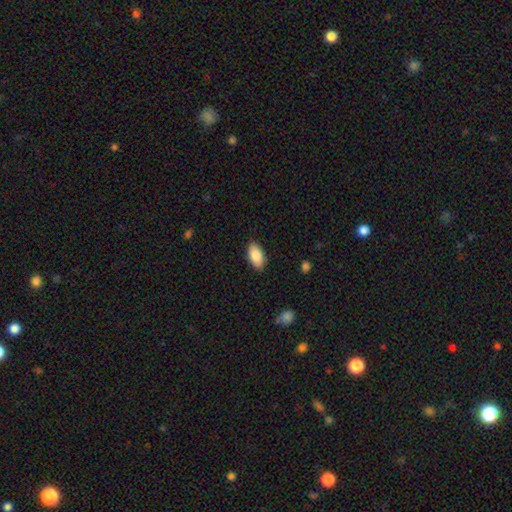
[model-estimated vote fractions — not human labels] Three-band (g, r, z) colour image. It shows a smooth galaxy with no disk features (88%) that is in between round and cigar-shaped (94%). Merging: none (87%).